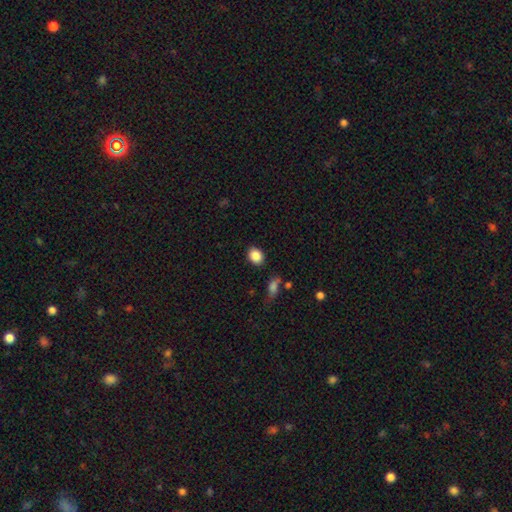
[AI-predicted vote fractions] smooth-or-featured: smooth: 87% | star or artifact: 8% | featured or disk: 4%
  how-rounded: in between: 56% | round: 43% | cigar-shaped: 1%
  merging: none: 86% | minor disturbance: 9% | major disturbance: 3% | merger: 2%